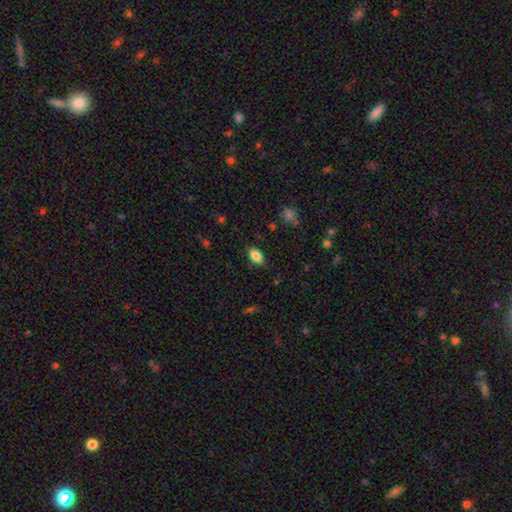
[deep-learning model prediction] smooth_or_featured: smooth (p=0.86) [alt: star or artifact p=0.08]
how_rounded: in between (p=0.91) [alt: round p=0.06]
merging: none (p=0.86) [alt: minor disturbance p=0.10]